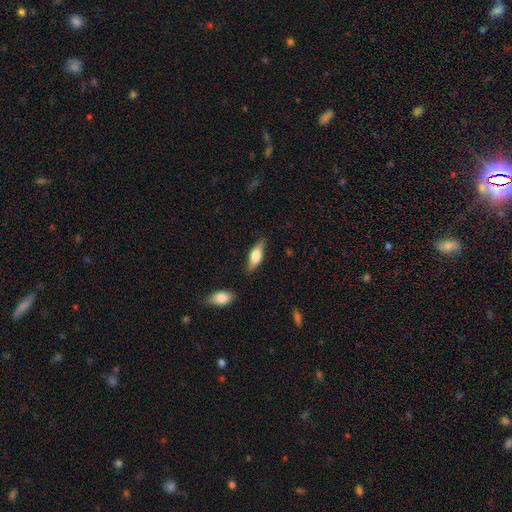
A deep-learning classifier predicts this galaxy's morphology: smooth_or_featured: smooth (p=0.52) [alt: featured or disk p=0.42]
how_rounded: in between (p=0.64) [alt: cigar-shaped p=0.32]
merging: none (p=0.81) [alt: minor disturbance p=0.13]